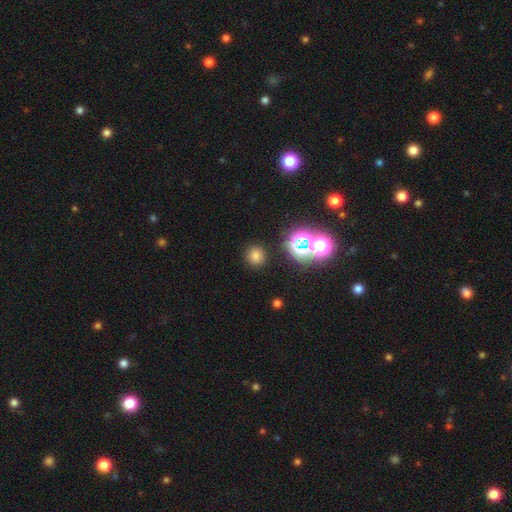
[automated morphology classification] A smooth galaxy with no disk features (71%) that is round (88%).

Vote fractions:
- Smooth or featured? smooth: 71% / star or artifact: 22% / featured or disk: 7%
- How rounded? round: 88% / in between: 11% / cigar-shaped: 1%
- Merging? none: 88% / minor disturbance: 7% / major disturbance: 3% / merger: 3%